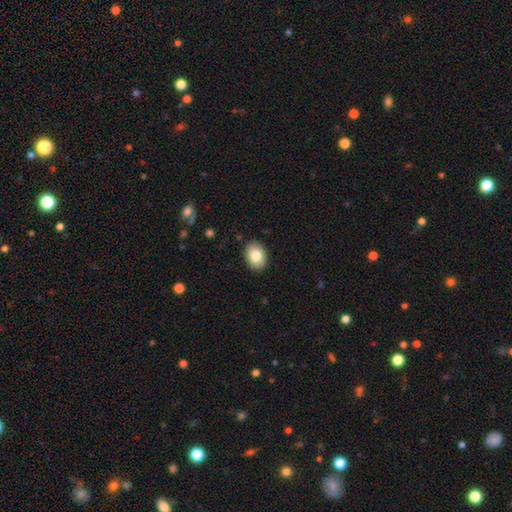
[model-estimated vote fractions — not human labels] Overall: smooth (82%). How rounded: in between (71%). Merging: none (89%).